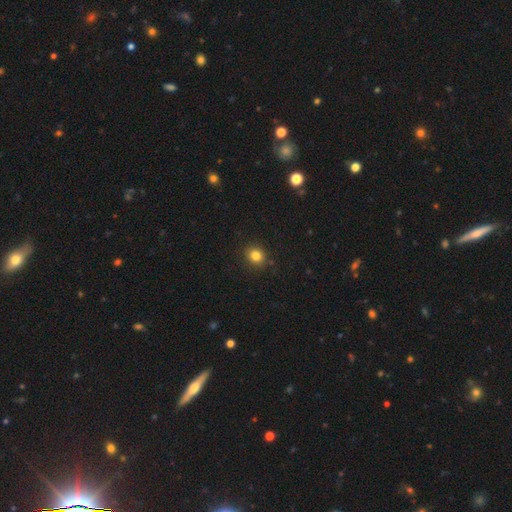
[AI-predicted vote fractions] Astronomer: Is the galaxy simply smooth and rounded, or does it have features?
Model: smooth — 83%.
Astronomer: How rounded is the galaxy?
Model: round — 75%.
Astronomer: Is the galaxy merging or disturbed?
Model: none — 88%.